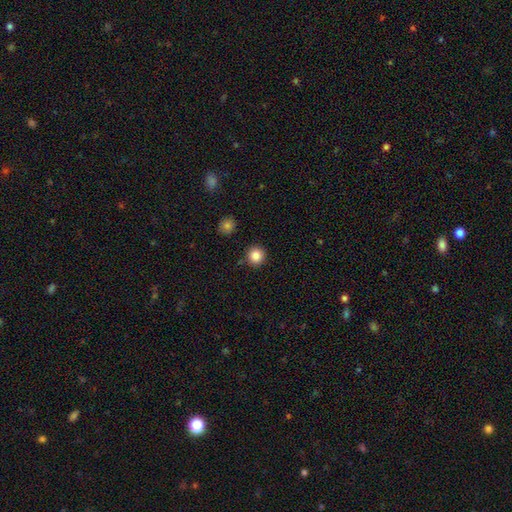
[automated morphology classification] smooth 86%, star or artifact 10%, featured or disk 4%. Down the decision tree: how rounded — round (93%); merging — none (89%).